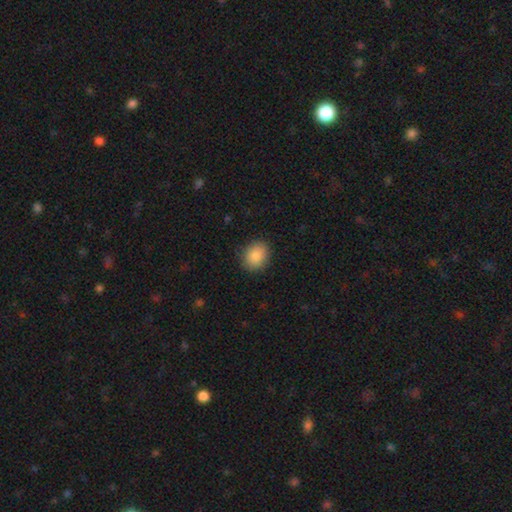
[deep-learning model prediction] This appears to be a smooth galaxy with no disk features (88%) that is round (66%). Merging: none (88%).